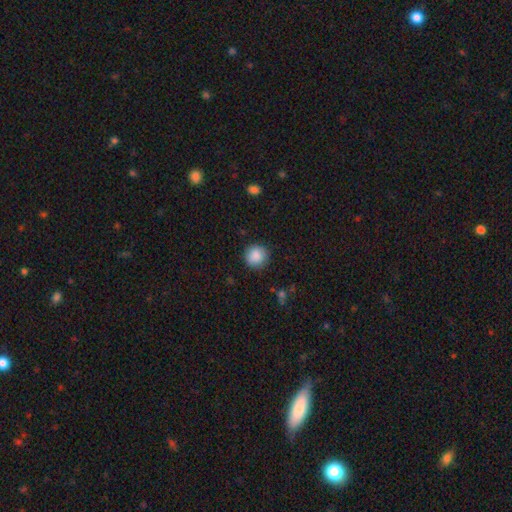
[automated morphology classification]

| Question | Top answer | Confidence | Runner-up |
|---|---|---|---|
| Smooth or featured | smooth | 88% | star or artifact (8%) |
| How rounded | round | 94% | in between (5%) |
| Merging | none | 89% | minor disturbance (8%) |